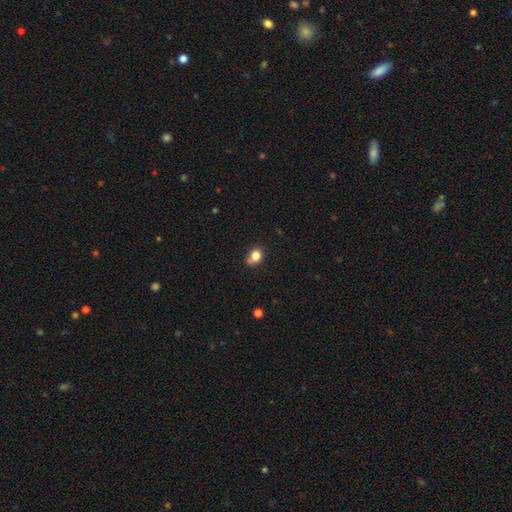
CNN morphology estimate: Smooth or featured? smooth (80%)
How rounded? round (65%)
Merging? none (56%)